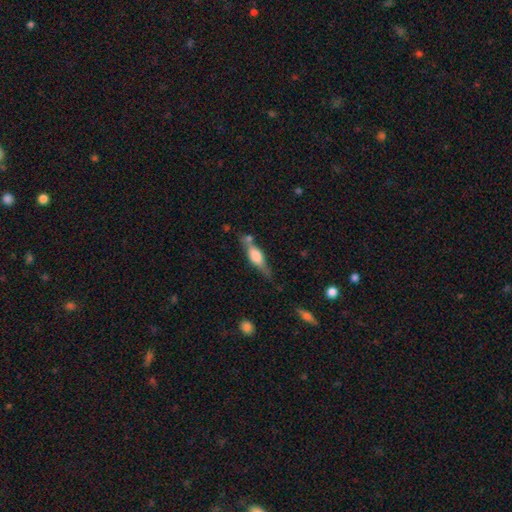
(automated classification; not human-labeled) smooth_or_featured: featured or disk (p=0.48) [alt: smooth p=0.45]
merging: none (p=0.61) [alt: minor disturbance p=0.20]